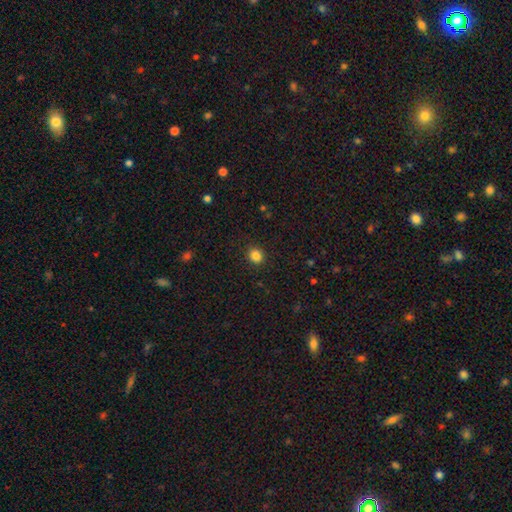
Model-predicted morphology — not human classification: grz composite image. It shows a smooth galaxy with no disk features (84%) that is round (79%). Merging: none (91%).